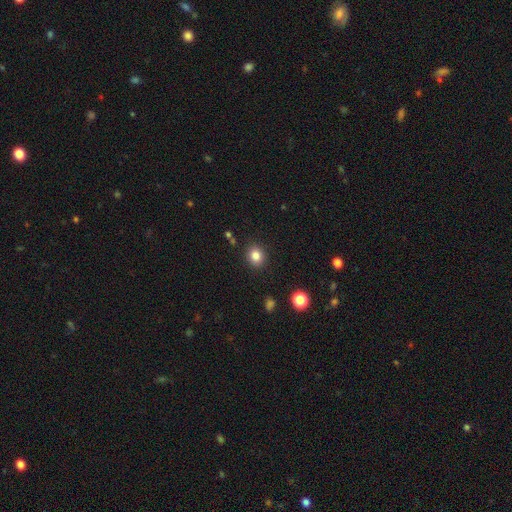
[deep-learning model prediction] This appears to be a smooth galaxy with no disk features (83%) that is round (70%). Merging: none (88%).